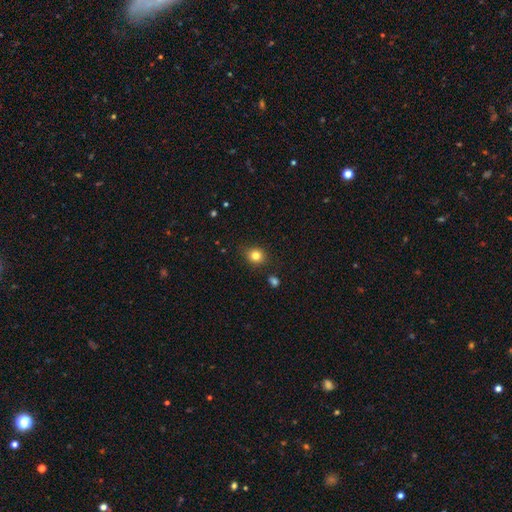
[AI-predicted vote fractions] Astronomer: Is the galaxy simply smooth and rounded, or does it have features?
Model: smooth — 81%.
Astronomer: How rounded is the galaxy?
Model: round — 78%.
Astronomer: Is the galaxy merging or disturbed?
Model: none — 85%.